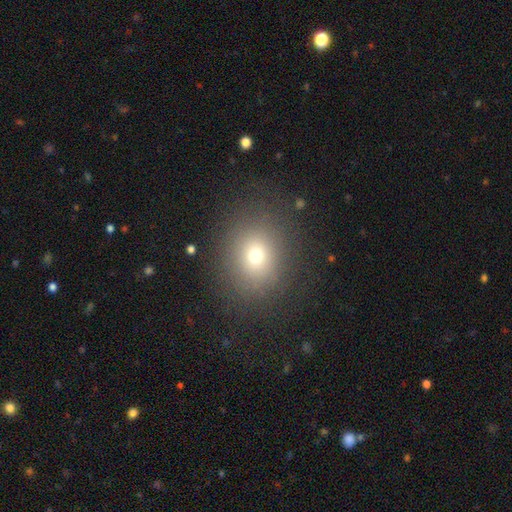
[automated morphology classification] Smooth or featured?
  - smooth: 70% *
  - star or artifact: 19%
  - featured or disk: 11%
How rounded?
  - round: 70% *
  - in between: 29%
  - cigar-shaped: 1%
Merging?
  - none: 83% *
  - minor disturbance: 10%
  - major disturbance: 6%
  - merger: 1%